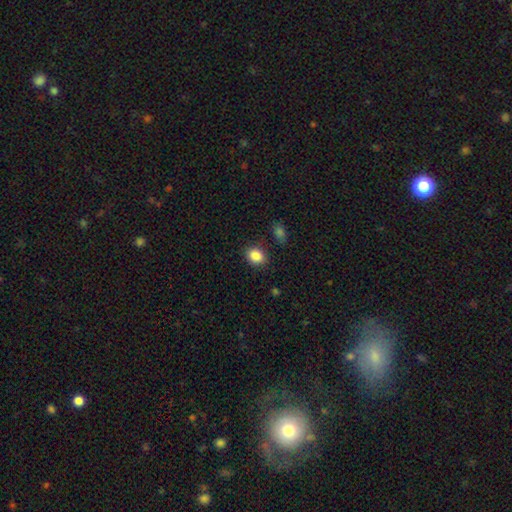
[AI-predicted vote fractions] Smooth or featured? Predicted: smooth (p=0.87). How rounded? Predicted: in between (p=0.55). Merging? Predicted: none (p=0.83).